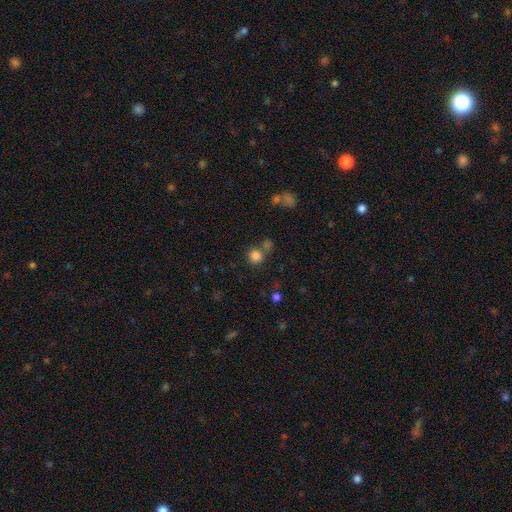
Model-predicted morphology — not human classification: This is clearly a smooth galaxy (82%). How rounded: clearly round (90%). Merging: likely none (63%).